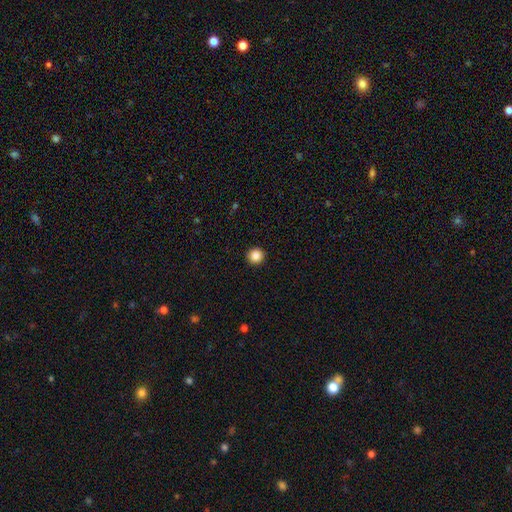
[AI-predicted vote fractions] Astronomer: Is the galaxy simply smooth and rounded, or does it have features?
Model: smooth — 86%.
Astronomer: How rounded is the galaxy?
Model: round — 95%.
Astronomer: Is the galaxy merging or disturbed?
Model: none — 93%.